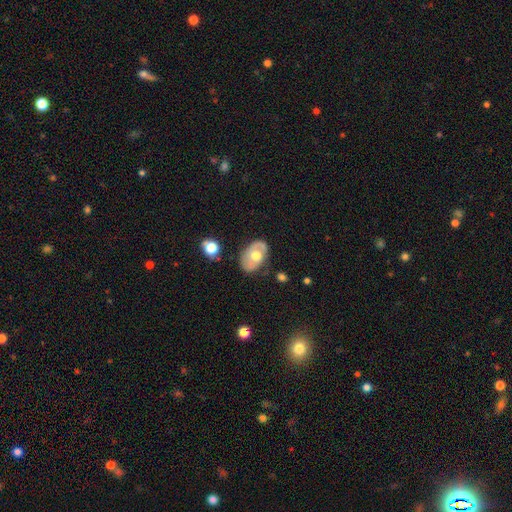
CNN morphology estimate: Overall: featured or disk (55%; smooth 38%). Edge-on disk: no (94%). Bar: no (80%). Spiral arms: no (52%; yes 48%). Bulge size: moderate (71%). Merging: none (70%).